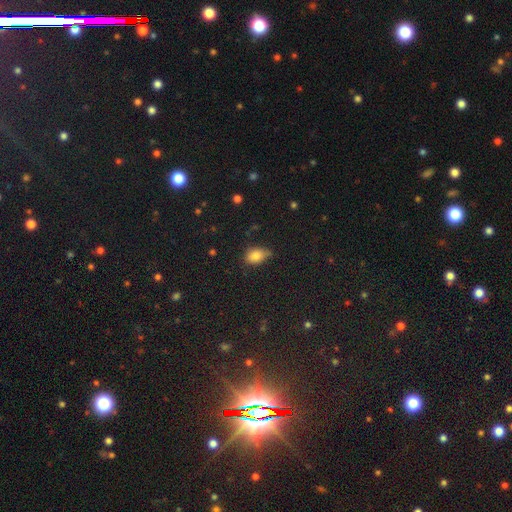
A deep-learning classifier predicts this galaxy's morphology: A smooth galaxy with no disk features (81%) that is in between round and cigar-shaped (83%).

Vote fractions:
- Smooth or featured? smooth: 81% / star or artifact: 11% / featured or disk: 8%
- How rounded? in between: 83% / round: 15% / cigar-shaped: 3%
- Merging? none: 52% / minor disturbance: 36% / major disturbance: 9% / merger: 3%